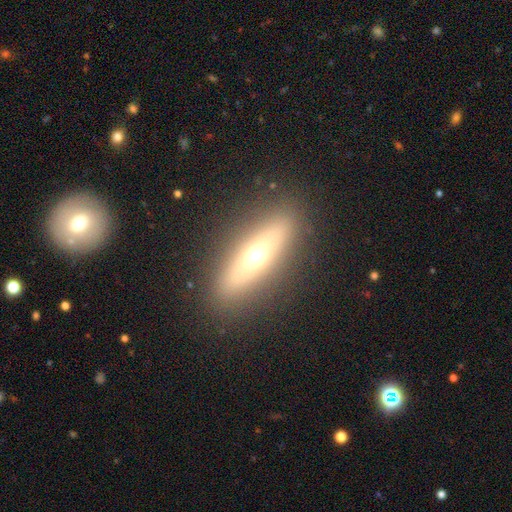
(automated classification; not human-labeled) Q: Smooth or featured?
A: smooth (49%); runner-up: featured or disk (40%)
Q: Merging?
A: none (88%); runner-up: minor disturbance (7%)